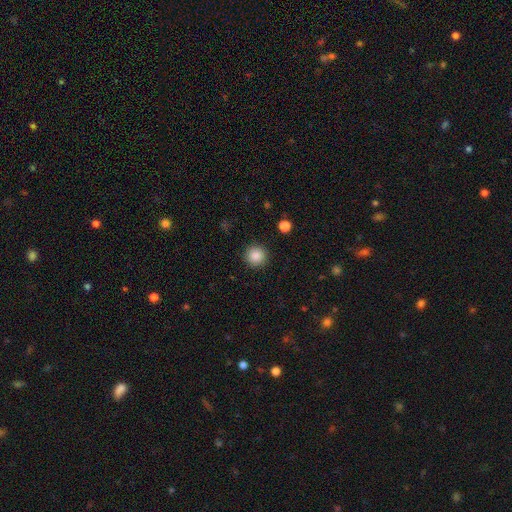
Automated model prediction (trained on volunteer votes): Smooth or featured?
  - smooth: 87% *
  - star or artifact: 9%
  - featured or disk: 3%
How rounded?
  - round: 95% *
  - in between: 4%
  - cigar-shaped: 1%
Merging?
  - none: 91% *
  - minor disturbance: 5%
  - major disturbance: 2%
  - merger: 1%